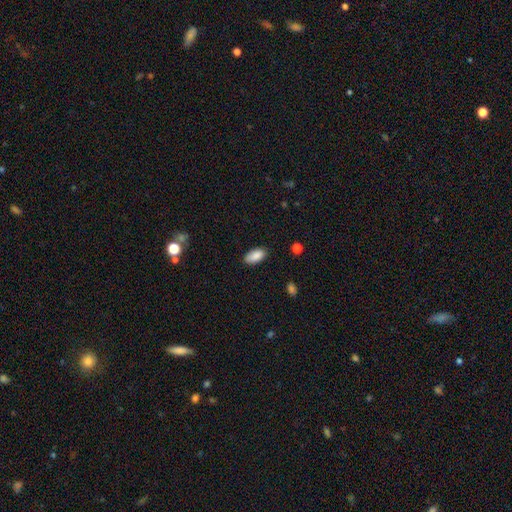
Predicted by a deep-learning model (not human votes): This is clearly a smooth galaxy (88%). How rounded: clearly in between (93%). Merging: clearly none (83%).